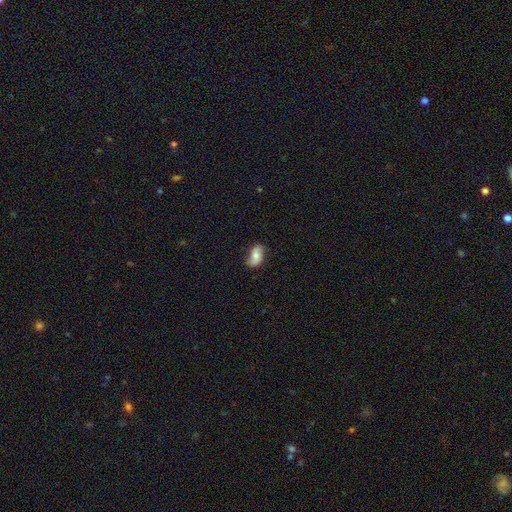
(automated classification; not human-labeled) A smooth galaxy with no disk features (57%) that is in between round and cigar-shaped (90%).

Vote fractions:
- Smooth or featured? smooth: 57% / featured or disk: 36% / star or artifact: 8%
- How rounded? in between: 90% / round: 6% / cigar-shaped: 4%
- Merging? none: 73% / minor disturbance: 21% / major disturbance: 5% / merger: 1%